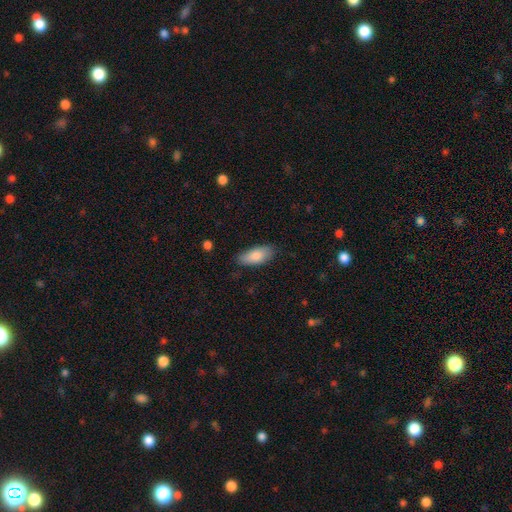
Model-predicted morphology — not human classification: This appears to be a smooth galaxy with no disk features (84%) that is in between round and cigar-shaped (87%). Merging: none (78%).